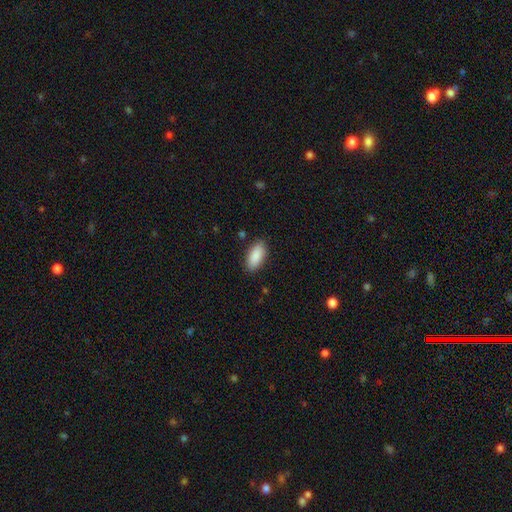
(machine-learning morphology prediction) Smooth or featured?
  - smooth: 88% *
  - star or artifact: 6%
  - featured or disk: 5%
How rounded?
  - in between: 88% *
  - cigar-shaped: 10%
  - round: 2%
Merging?
  - none: 86% *
  - minor disturbance: 10%
  - major disturbance: 2%
  - merger: 1%